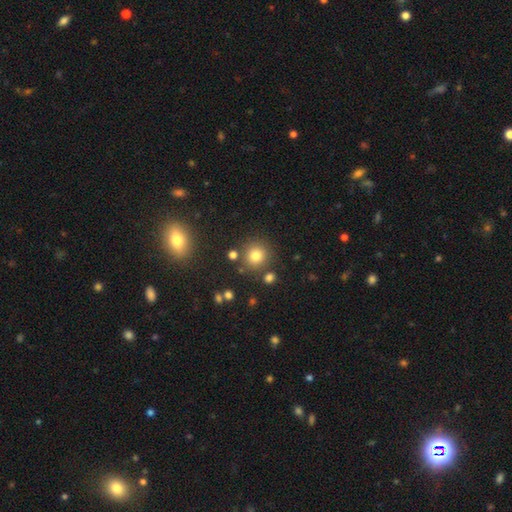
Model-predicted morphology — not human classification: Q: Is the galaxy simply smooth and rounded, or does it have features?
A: smooth — 78%.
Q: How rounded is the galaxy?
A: round — 92%.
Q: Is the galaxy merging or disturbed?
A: none — 81%.